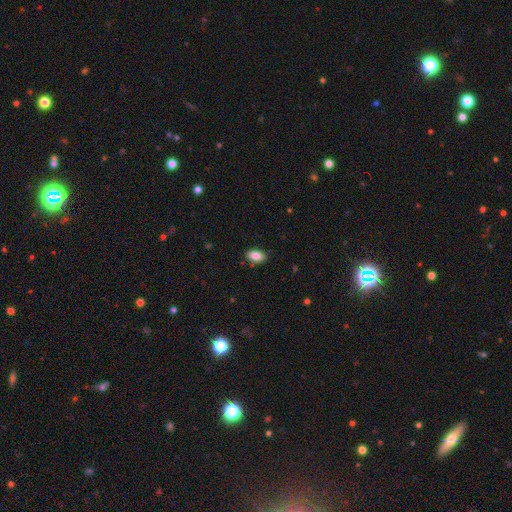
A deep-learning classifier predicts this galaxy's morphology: A smooth galaxy with no disk features (86%) that is in between round and cigar-shaped (91%).

Vote fractions:
- Smooth or featured? smooth: 86% / star or artifact: 8% / featured or disk: 6%
- How rounded? in between: 91% / round: 6% / cigar-shaped: 3%
- Merging? none: 85% / minor disturbance: 11% / major disturbance: 2% / merger: 1%